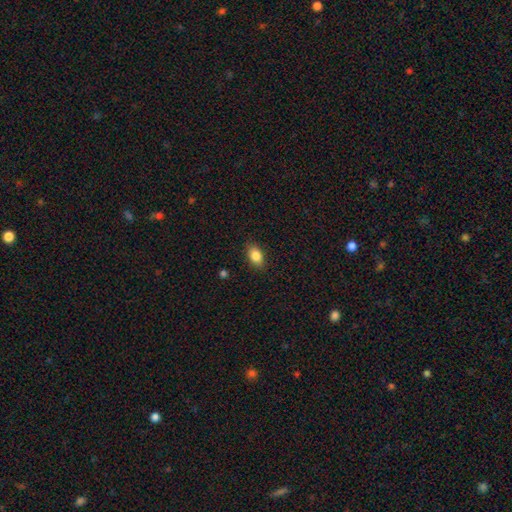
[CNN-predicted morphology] This is clearly a smooth galaxy (86%). How rounded: clearly in between (87%). Merging: clearly none (88%).